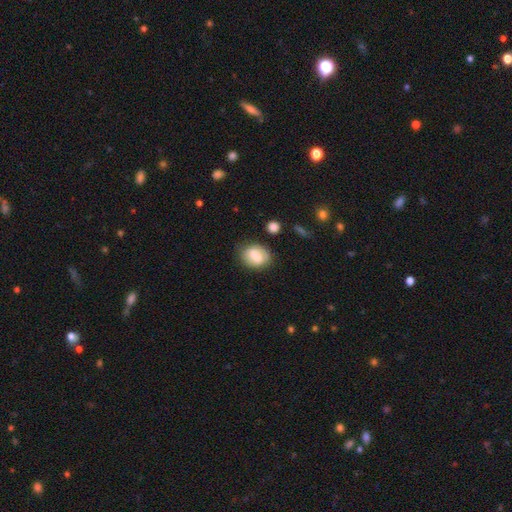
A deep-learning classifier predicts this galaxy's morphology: Overall: smooth (62%; featured or disk 31%). How rounded: in between (53%; round 46%). Merging: none (76%).